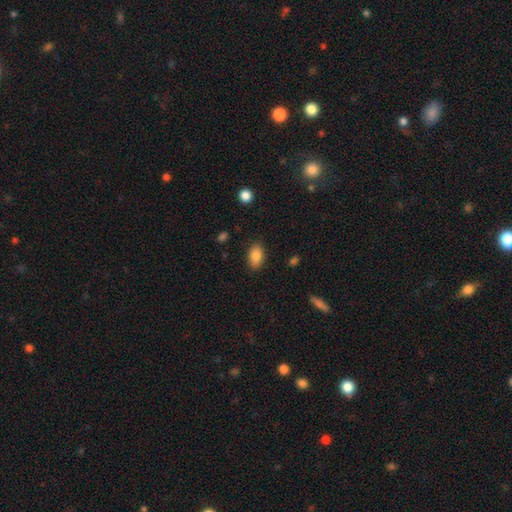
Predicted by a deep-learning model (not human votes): Smooth or featured: smooth — 85% (star or artifact — 8%)
How rounded: in between — 90% (round — 7%)
Merging: none — 85% (minor disturbance — 11%)